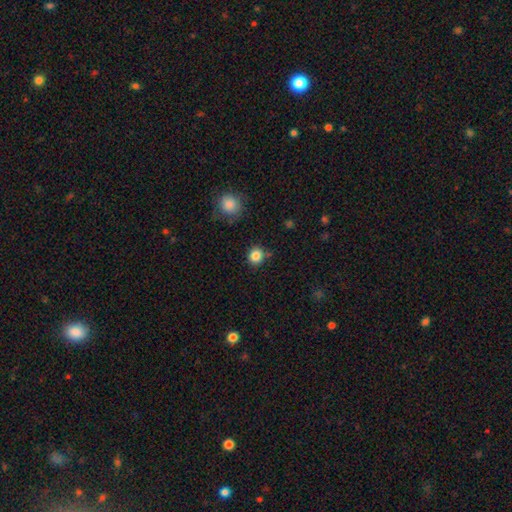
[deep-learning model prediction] Q: Smooth or featured?
A: smooth (84%); runner-up: star or artifact (11%)
Q: How rounded?
A: round (88%); runner-up: in between (11%)
Q: Merging?
A: none (83%); runner-up: minor disturbance (10%)